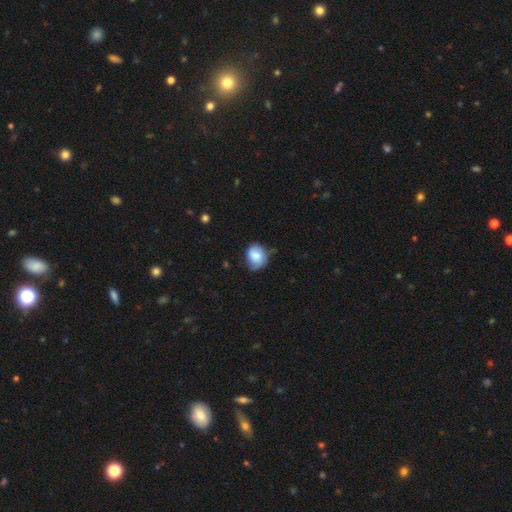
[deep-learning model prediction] This appears to be a smooth galaxy with no disk features (68%) that is round (51%). Merging: none (51%).